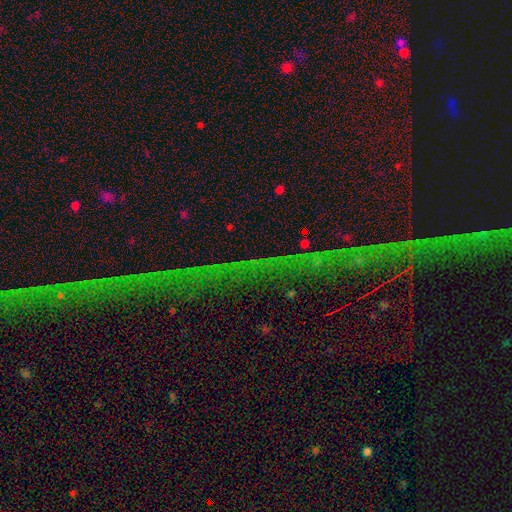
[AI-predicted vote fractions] Smooth or featured?
  - star or artifact: 76% *
  - featured or disk: 13%
  - smooth: 11%